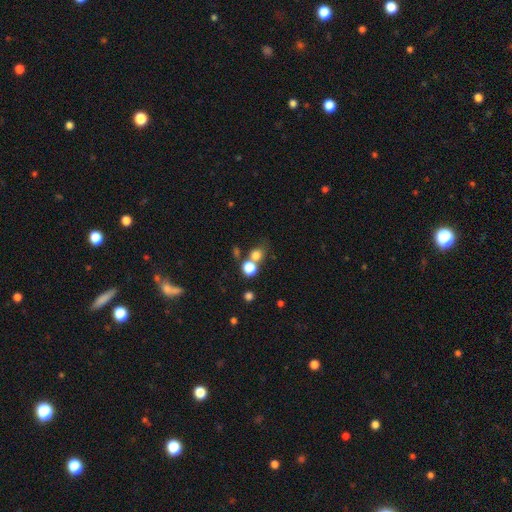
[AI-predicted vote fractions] smooth 76%, star or artifact 16%, featured or disk 8%. Down the decision tree: how rounded — round (76%); merging — none (52%).